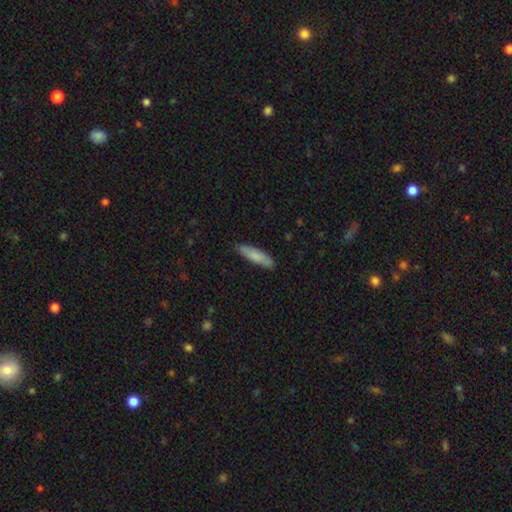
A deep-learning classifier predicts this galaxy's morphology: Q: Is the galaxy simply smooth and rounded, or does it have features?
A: smooth — 80%.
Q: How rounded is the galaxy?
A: cigar-shaped — 66%.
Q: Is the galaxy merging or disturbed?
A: none — 83%.